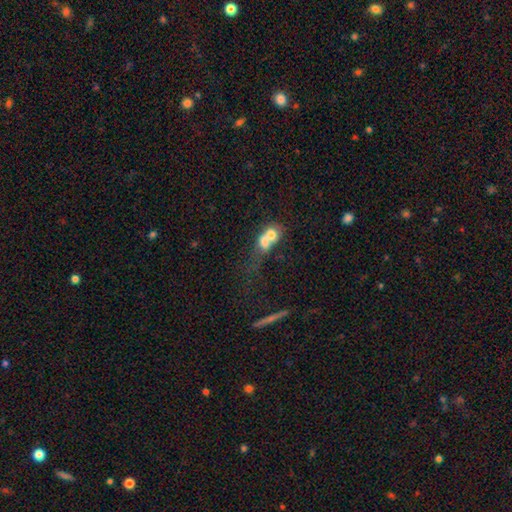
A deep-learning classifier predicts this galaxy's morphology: Smooth or featured: smooth — 39% (star or artifact — 38%)
Merging: none — 37% (merger — 25%)